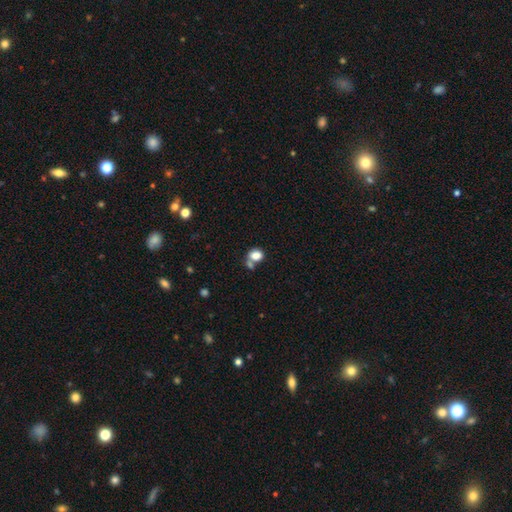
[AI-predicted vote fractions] A smooth galaxy with no disk features (82%) that is round (50%). Merging: none (45%).